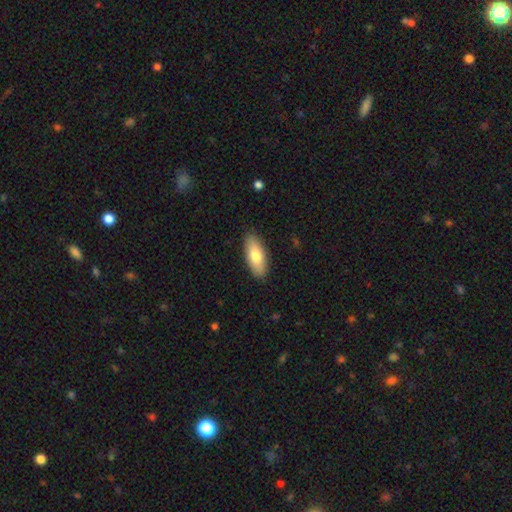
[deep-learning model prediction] Smooth or featured?
  - smooth: 76% *
  - featured or disk: 18%
  - star or artifact: 6%
How rounded?
  - in between: 81% *
  - cigar-shaped: 16%
  - round: 2%
Merging?
  - none: 88% *
  - minor disturbance: 9%
  - major disturbance: 2%
  - merger: 1%